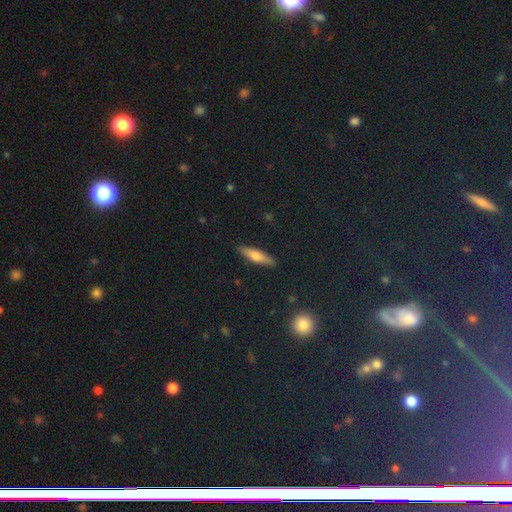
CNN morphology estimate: This is likely a smooth galaxy (60%). How rounded: likely cigar-shaped (73%). Merging: clearly none (89%).